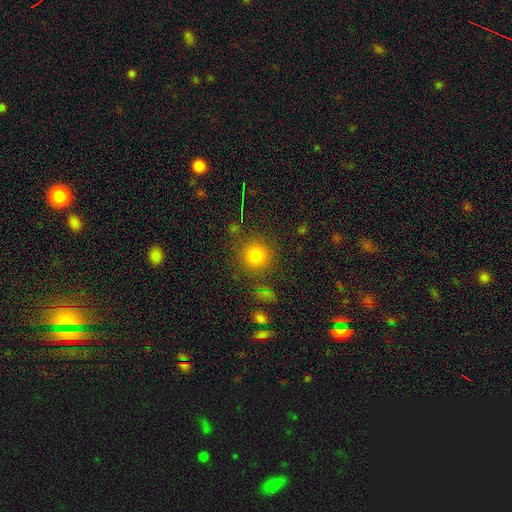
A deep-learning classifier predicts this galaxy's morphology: type=smooth (79%); roundness=round (93%); merging=none (84%).